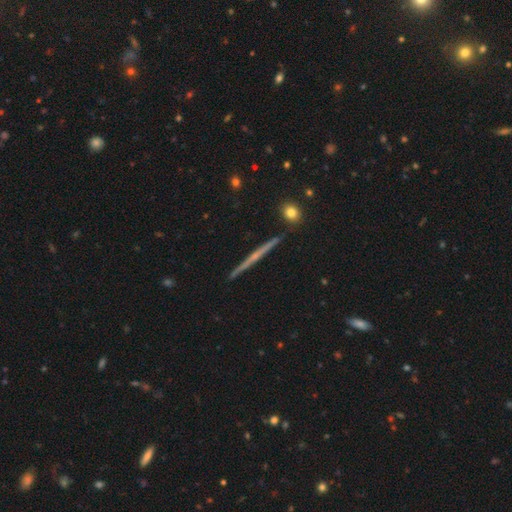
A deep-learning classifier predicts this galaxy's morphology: This is likely a featured or disk galaxy (71%). It is clearly viewed edge-on (98%). Edge-on bulge: possibly none (59%). Merging: clearly none (91%).